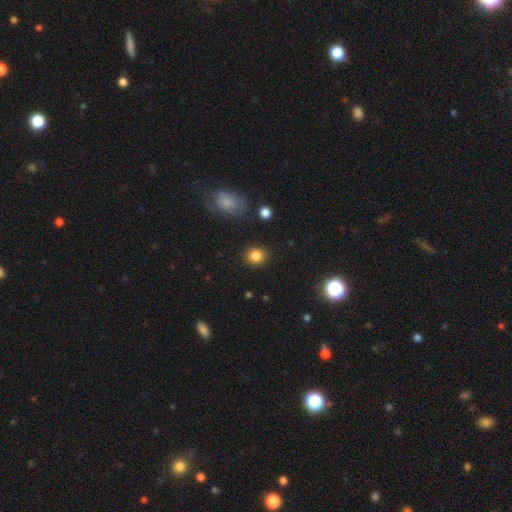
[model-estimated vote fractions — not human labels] Smooth or featured?
  - smooth: 85% *
  - star or artifact: 11%
  - featured or disk: 4%
How rounded?
  - round: 82% *
  - in between: 17%
  - cigar-shaped: 1%
Merging?
  - none: 90% *
  - minor disturbance: 7%
  - major disturbance: 2%
  - merger: 2%